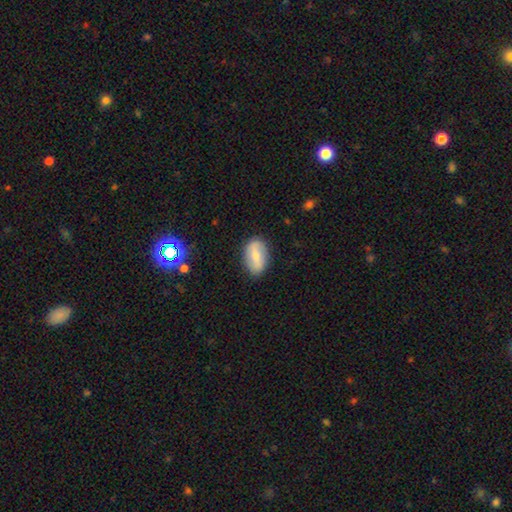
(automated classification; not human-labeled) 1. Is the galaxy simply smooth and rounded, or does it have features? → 56% smooth, 37% featured or disk, 7% star or artifact.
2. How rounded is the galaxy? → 89% in between, 8% round, 3% cigar-shaped.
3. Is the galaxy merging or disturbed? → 84% none, 12% minor disturbance, 3% major disturbance, 1% merger.